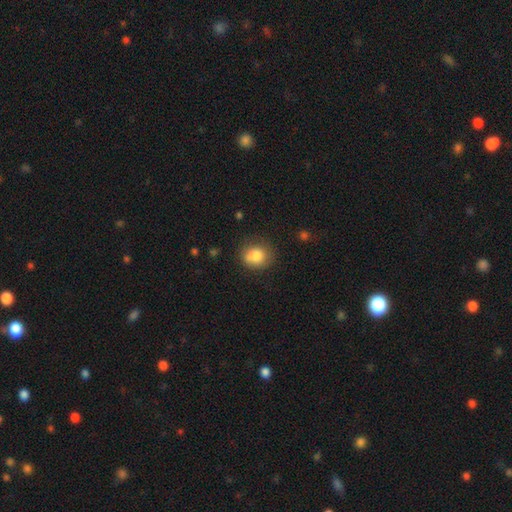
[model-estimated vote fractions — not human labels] This appears to be a smooth galaxy with no disk features (82%) that is round (72%). Merging: none (67%).